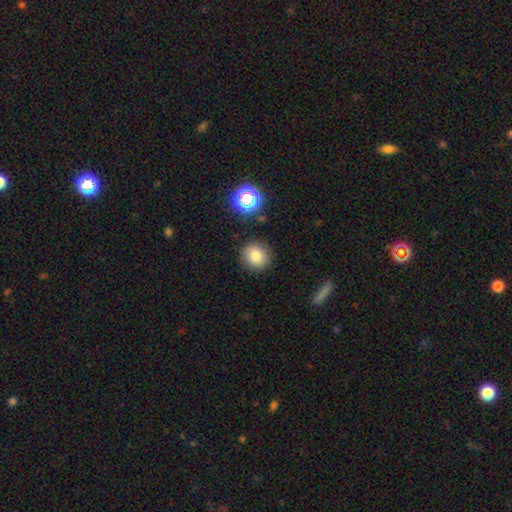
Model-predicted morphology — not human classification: Overall: smooth (78%). How rounded: round (89%). Merging: none (87%).